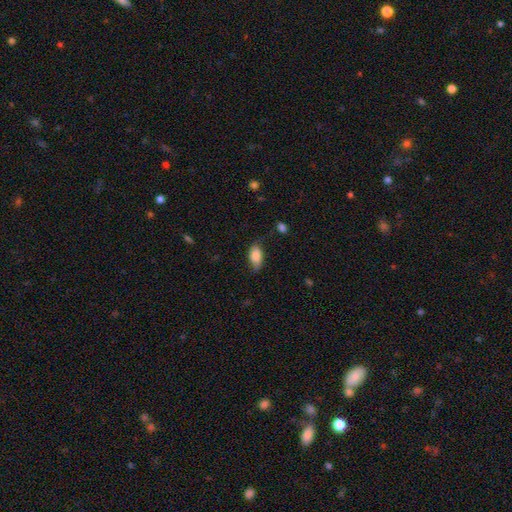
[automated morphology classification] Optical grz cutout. It shows a smooth galaxy with no disk features (83%) that is in between round and cigar-shaped (91%). Merging: none (65%).